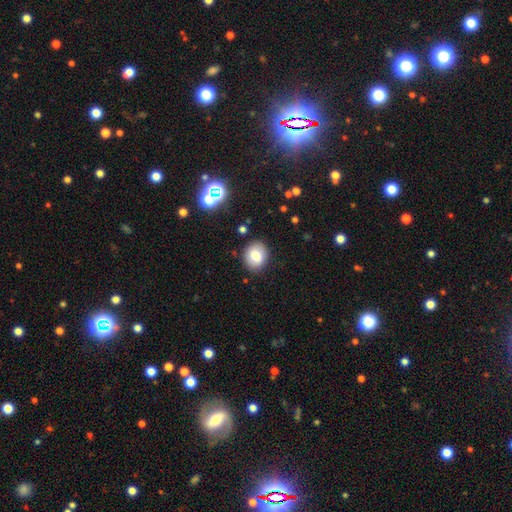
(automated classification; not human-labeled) The model was most divided on "how rounded": round: 56%, in between: 43%, cigar-shaped: 1%. More confident: merging — none (85%); smooth or featured — smooth (80%).